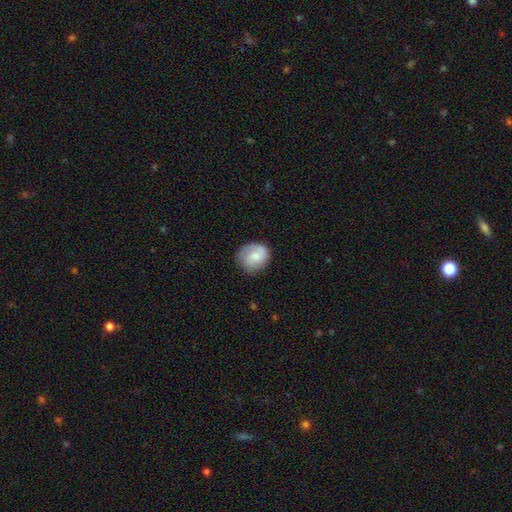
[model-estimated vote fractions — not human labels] Smooth or featured?
  - smooth: 47% *
  - featured or disk: 46%
  - star or artifact: 7%
Merging?
  - none: 73% *
  - minor disturbance: 20%
  - major disturbance: 7%
  - merger: 1%